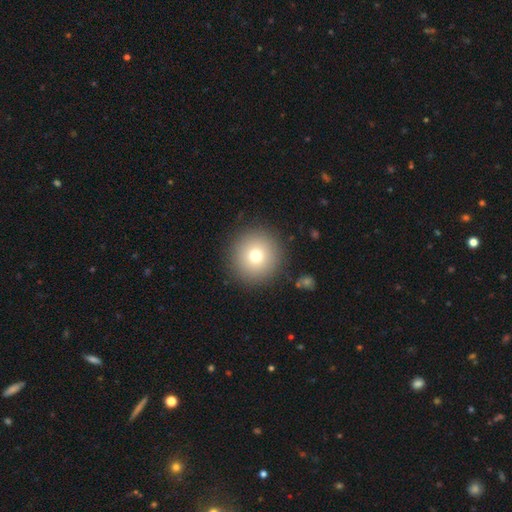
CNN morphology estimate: Smooth or featured? Predicted: smooth (p=0.73). How rounded? Predicted: round (p=0.96). Merging? Predicted: none (p=0.91).